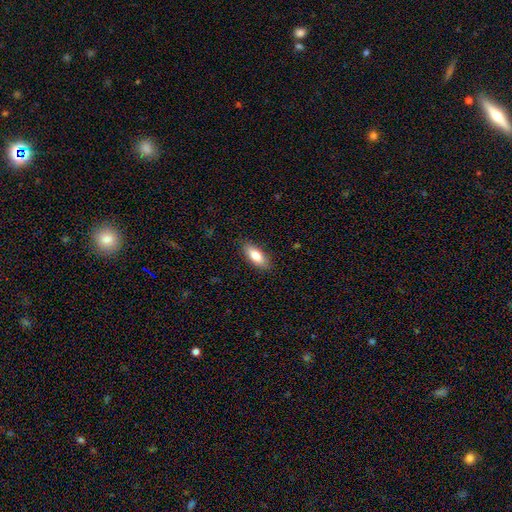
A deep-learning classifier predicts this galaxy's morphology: This is clearly a smooth galaxy (83%). How rounded: clearly in between (80%). Merging: clearly none (86%).